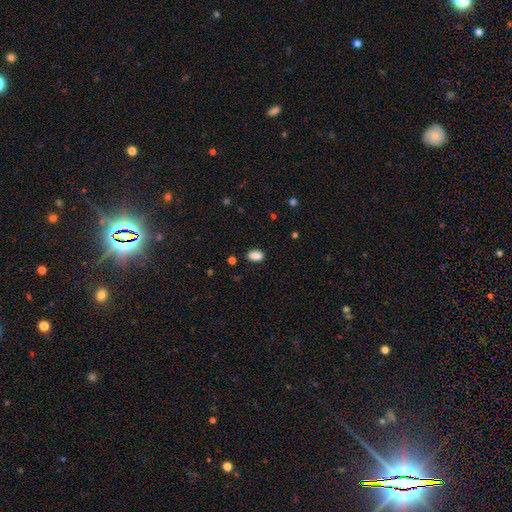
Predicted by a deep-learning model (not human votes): smooth-or-featured: smooth: 87% | star or artifact: 9% | featured or disk: 4%
  how-rounded: in between: 89% | round: 8% | cigar-shaped: 3%
  merging: none: 85% | minor disturbance: 10% | major disturbance: 2% | merger: 2%